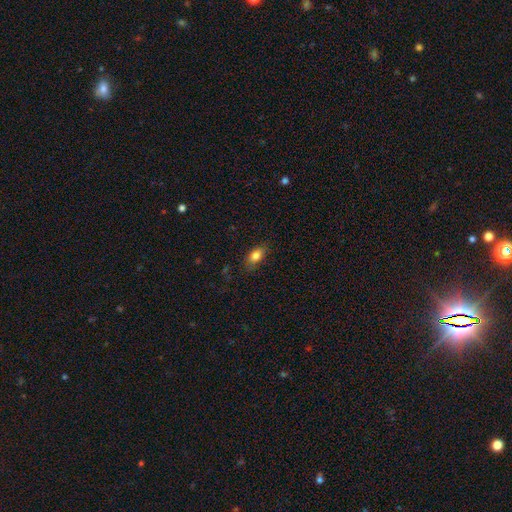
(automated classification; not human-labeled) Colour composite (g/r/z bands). It shows a smooth galaxy with no disk features (83%) that is in between round and cigar-shaped (86%). Merging: none (76%).